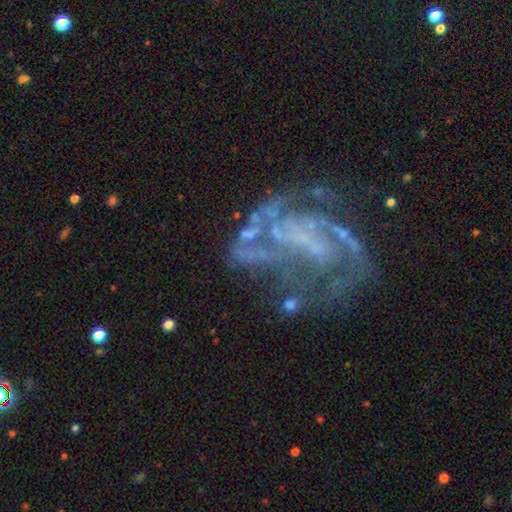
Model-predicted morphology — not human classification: The model was most divided on "spiral arm count": can't tell: 28%, 3: 24%, 2: 23%, 4: 10%, 1: 8%, more than 4: 7%. Remaining: edge-on disk — no (98%); smooth or featured — featured or disk (82%); spiral arms — yes (81%); bulge size — none (63%); bar — no (56%); merging — none (43%); spiral winding — medium (42%).